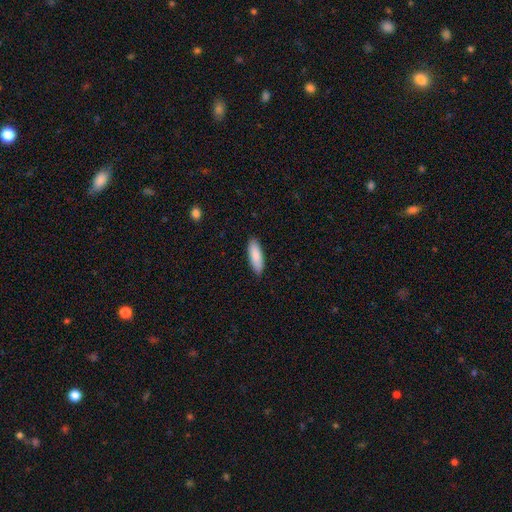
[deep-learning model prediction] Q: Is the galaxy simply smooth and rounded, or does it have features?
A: smooth — 88%.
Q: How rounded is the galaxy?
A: in between — 57%.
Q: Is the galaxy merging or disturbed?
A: none — 89%.